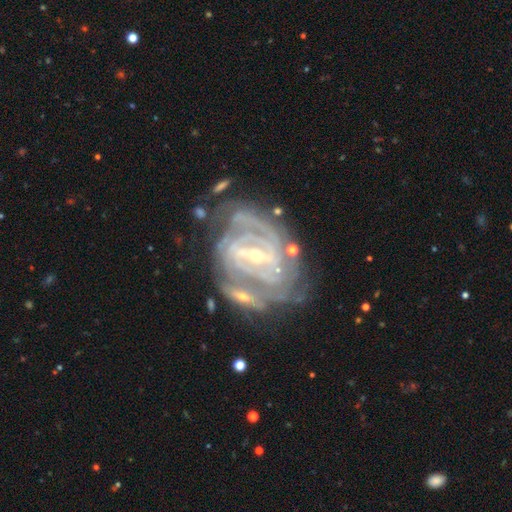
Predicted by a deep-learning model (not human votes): smooth-or-featured: featured or disk: 91% | star or artifact: 5% | smooth: 4%
  disk-edge-on: no: 97% | yes: 3%
    bar: strong: 58% | weak: 32% | no: 10%
    has-spiral-arms: yes: 97% | no: 3%
      spiral-winding: tight: 71% | medium: 25% | loose: 4%
      spiral-arm-count: 2: 31% | can't tell: 24% | 3: 20% | 4: 13% | more than 4: 6% | 1: 6%
    bulge-size: small: 71% | moderate: 25% | large: 1% | none: 1% | dominant: 1%
  merging: none: 49% | minor disturbance: 20% | merger: 18% | major disturbance: 13%